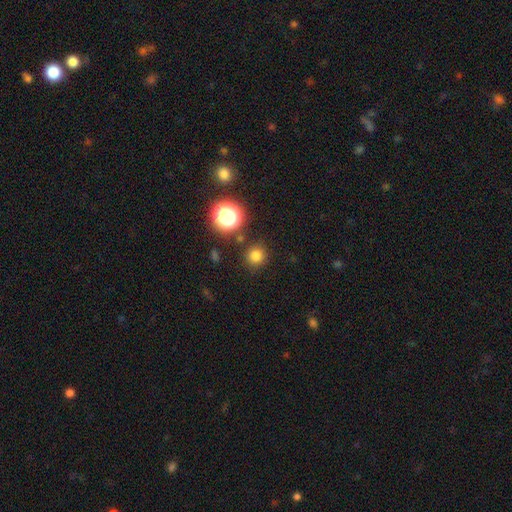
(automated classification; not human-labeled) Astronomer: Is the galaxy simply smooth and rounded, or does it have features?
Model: smooth — 76%.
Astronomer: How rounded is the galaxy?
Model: round — 93%.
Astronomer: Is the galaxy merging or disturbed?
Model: none — 86%.